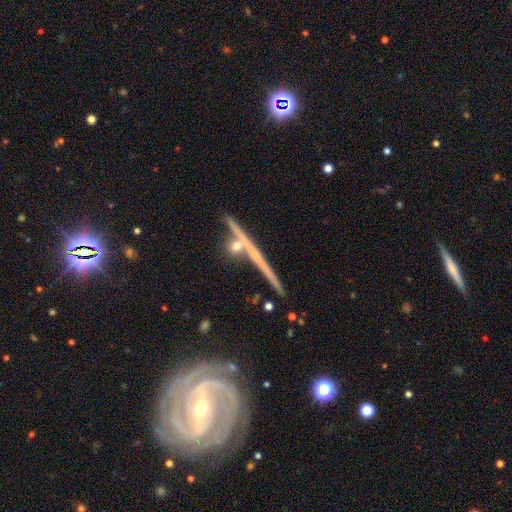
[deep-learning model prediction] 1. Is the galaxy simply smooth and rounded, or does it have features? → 74% featured or disk, 16% smooth, 10% star or artifact.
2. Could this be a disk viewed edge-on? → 87% yes, 13% no.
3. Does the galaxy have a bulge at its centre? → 61% none, 32% rounded, 7% boxy.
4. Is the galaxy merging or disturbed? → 64% none, 15% merger, 14% minor disturbance, 6% major disturbance.